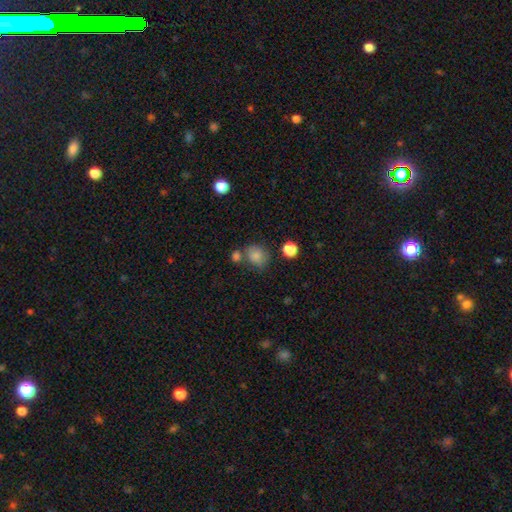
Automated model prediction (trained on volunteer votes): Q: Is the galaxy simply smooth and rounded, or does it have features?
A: smooth — 82%.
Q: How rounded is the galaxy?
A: round — 67%.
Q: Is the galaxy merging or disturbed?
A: none — 58%.